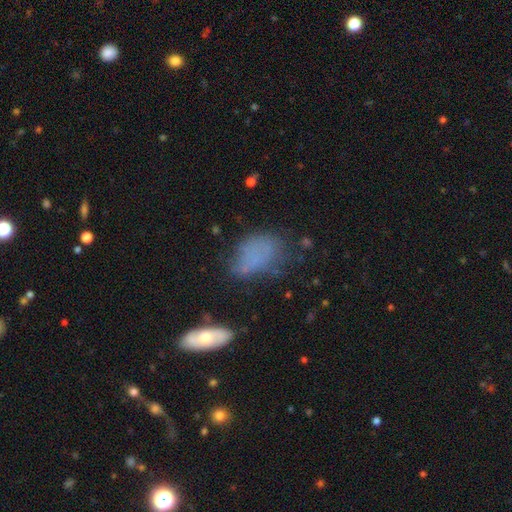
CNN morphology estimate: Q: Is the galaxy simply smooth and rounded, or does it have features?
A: smooth — 62%.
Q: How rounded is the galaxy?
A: in between — 85%.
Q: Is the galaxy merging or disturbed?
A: none — 42%.